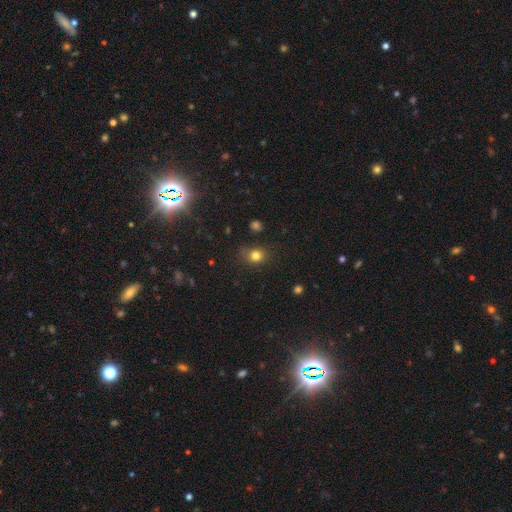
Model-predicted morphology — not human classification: Overall: smooth (80%). How rounded: round (72%). Merging: none (77%).